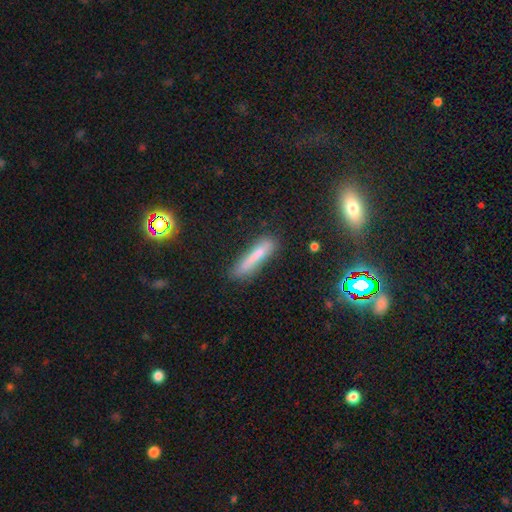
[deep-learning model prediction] Smooth or featured? Predicted: smooth (p=0.71). How rounded? Predicted: cigar-shaped (p=0.88). Merging? Predicted: none (p=0.74).